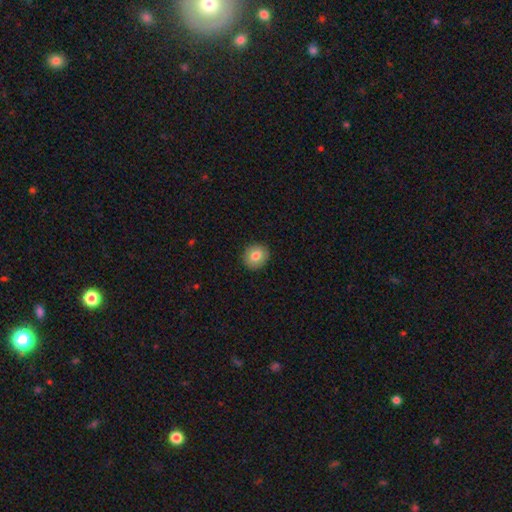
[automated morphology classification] Smooth or featured? smooth (81%)
How rounded? round (80%)
Merging? none (90%)